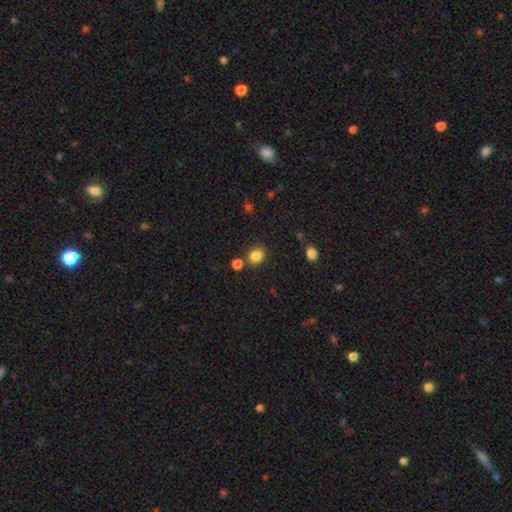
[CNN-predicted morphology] type=smooth (84%); roundness=round (68%); merging=none (78%).